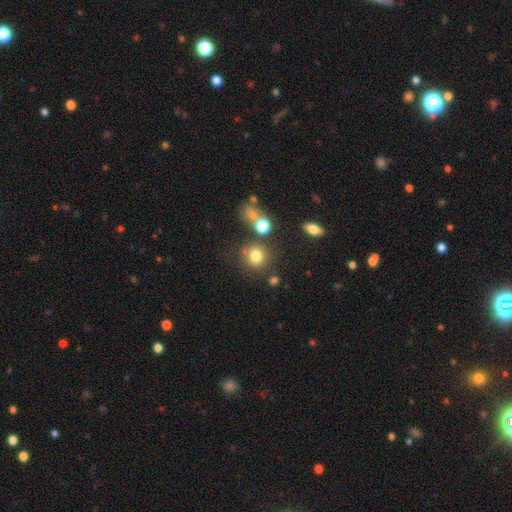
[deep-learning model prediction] smooth 77%, star or artifact 14%, featured or disk 8%. Down the decision tree: how rounded — round (83%); merging — none (71%).